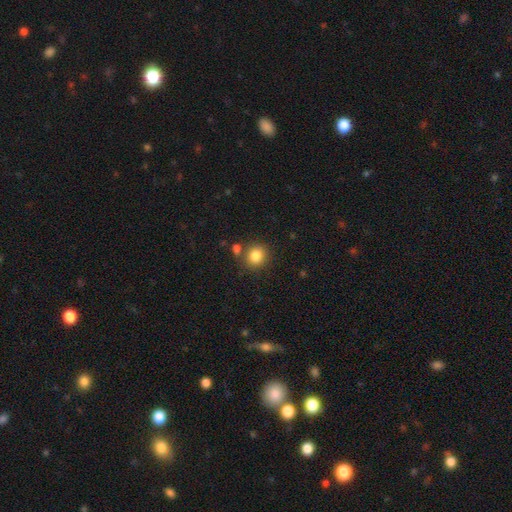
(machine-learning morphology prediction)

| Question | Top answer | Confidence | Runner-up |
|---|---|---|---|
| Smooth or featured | smooth | 83% | star or artifact (11%) |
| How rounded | round | 83% | in between (16%) |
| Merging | none | 77% | merger (11%) |